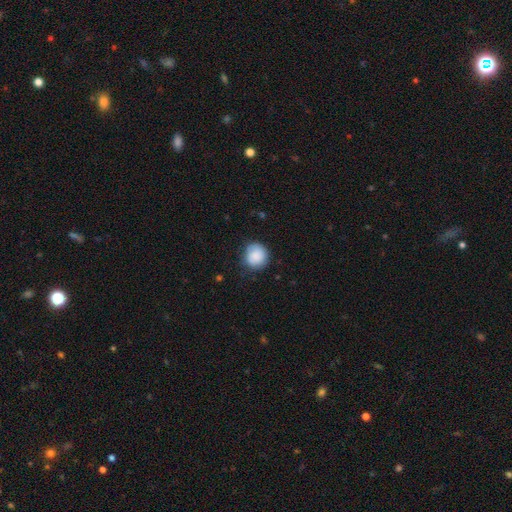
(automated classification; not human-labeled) smooth-or-featured: smooth: 85% | featured or disk: 8% | star or artifact: 7%
  how-rounded: round: 90% | in between: 9% | cigar-shaped: 1%
  merging: none: 77% | minor disturbance: 17% | major disturbance: 4% | merger: 1%